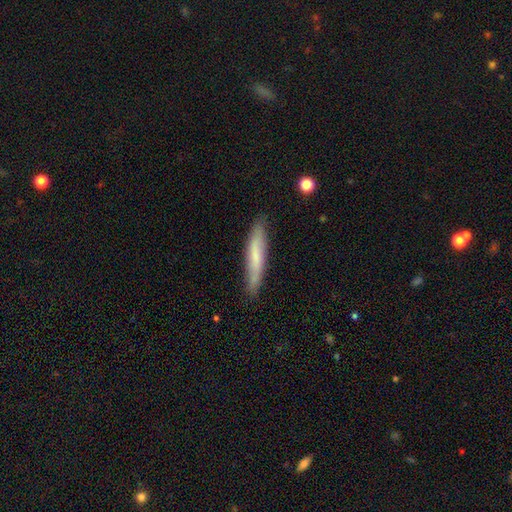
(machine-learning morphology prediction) Q: Smooth or featured?
A: smooth (62%); runner-up: featured or disk (32%)
Q: How rounded?
A: cigar-shaped (90%); runner-up: in between (9%)
Q: Merging?
A: none (83%); runner-up: minor disturbance (13%)